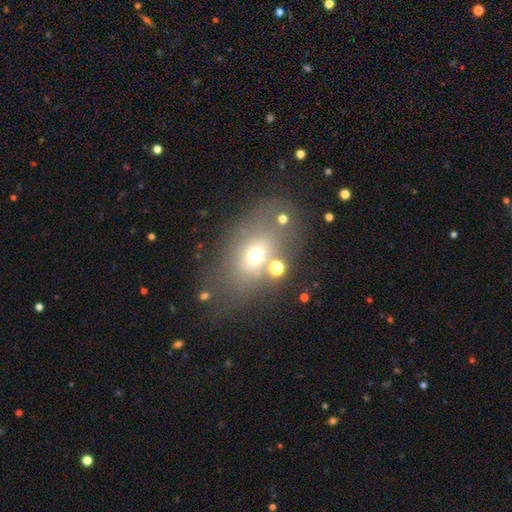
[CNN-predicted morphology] smooth-or-featured: smooth: 60% | featured or disk: 23% | star or artifact: 17%
  how-rounded: in between: 73% | round: 24% | cigar-shaped: 3%
  merging: none: 62% | minor disturbance: 17% | major disturbance: 11% | merger: 10%